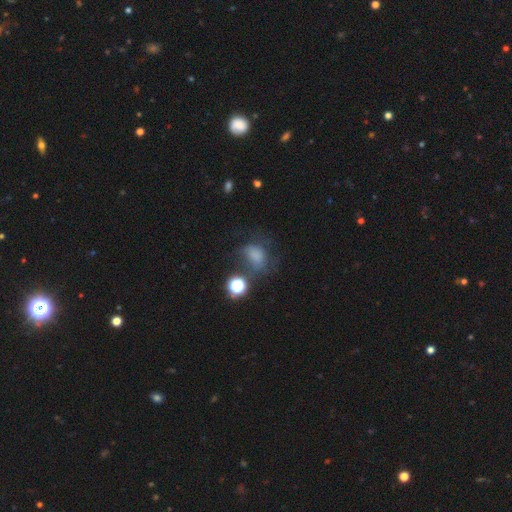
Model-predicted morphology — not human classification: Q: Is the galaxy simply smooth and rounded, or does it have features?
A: smooth — 62%.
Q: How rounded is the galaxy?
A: in between — 55%.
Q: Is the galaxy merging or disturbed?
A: none — 37%.